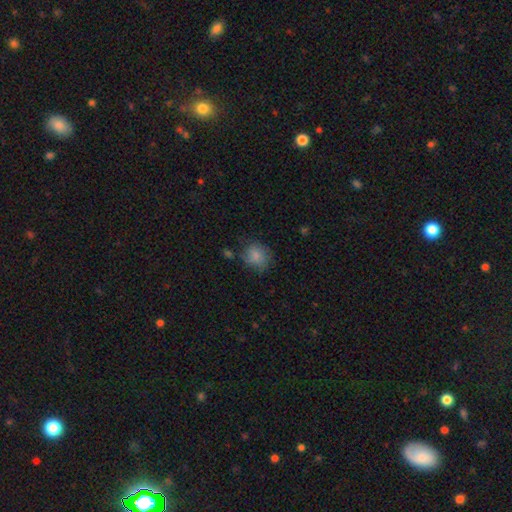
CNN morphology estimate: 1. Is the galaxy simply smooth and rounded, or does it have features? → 82% smooth, 10% featured or disk, 9% star or artifact.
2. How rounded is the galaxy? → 69% round, 30% in between, 1% cigar-shaped.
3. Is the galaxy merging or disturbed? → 63% none, 24% minor disturbance, 9% major disturbance, 5% merger.